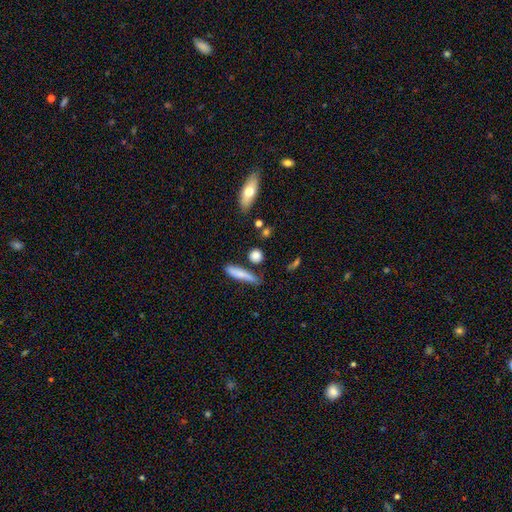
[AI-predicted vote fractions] Morphology: type=smooth (80%); roundness=round (50%); merging=none (74%).